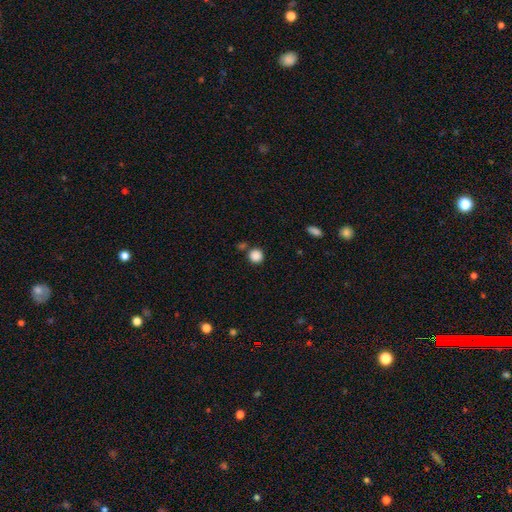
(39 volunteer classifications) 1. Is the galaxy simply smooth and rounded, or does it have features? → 90% smooth, 5% featured or disk, 5% star or artifact.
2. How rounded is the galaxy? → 94% round, 6% in between, 0% cigar-shaped.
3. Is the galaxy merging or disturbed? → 86% none, 11% major disturbance, 3% minor disturbance, 0% merger.